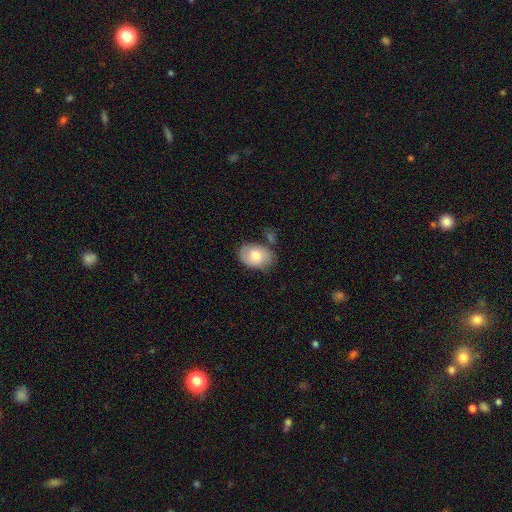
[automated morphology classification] Smooth or featured: smooth — 72% (featured or disk — 21%)
How rounded: in between — 83% (round — 16%)
Merging: none — 67% (minor disturbance — 20%)